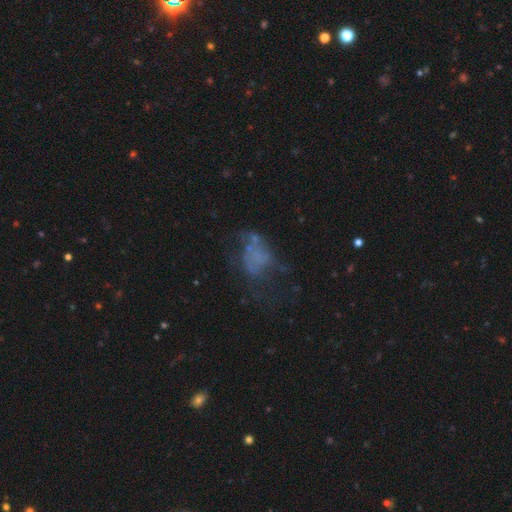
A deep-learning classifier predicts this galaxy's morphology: A featured or disk galaxy (45%).

Vote fractions:
- Smooth or featured? featured or disk: 45% / smooth: 35% / star or artifact: 20%
- Merging? major disturbance: 42% / none: 32% / minor disturbance: 19% / merger: 7%